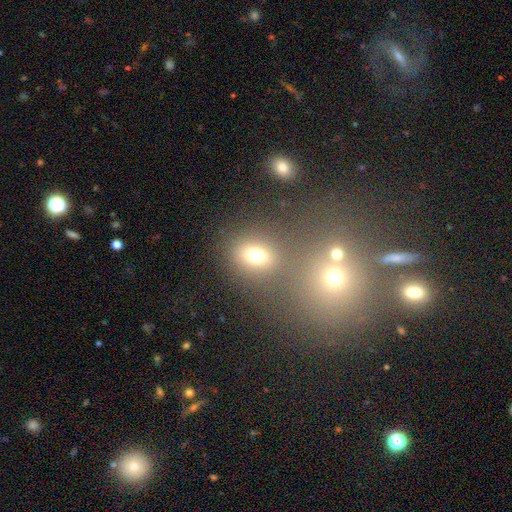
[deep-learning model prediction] smooth_or_featured: smooth (p=0.69) [alt: star or artifact p=0.21]
how_rounded: round (p=0.60) [alt: in between p=0.39]
merging: none (p=0.71) [alt: merger p=0.13]